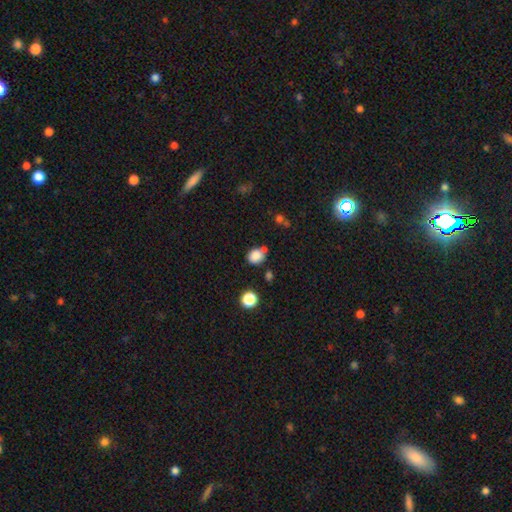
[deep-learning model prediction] Q: Smooth or featured?
A: smooth (83%); runner-up: star or artifact (12%)
Q: How rounded?
A: round (64%); runner-up: in between (35%)
Q: Merging?
A: none (54%); runner-up: minor disturbance (22%)